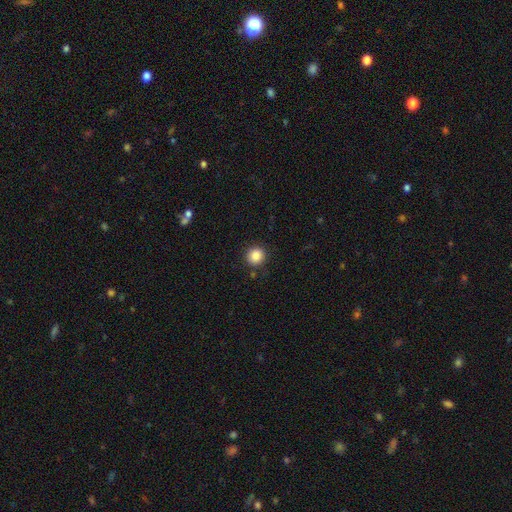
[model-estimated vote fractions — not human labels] smooth_or_featured: smooth (p=0.87) [alt: star or artifact p=0.10]
how_rounded: round (p=0.89) [alt: in between p=0.10]
merging: none (p=0.89) [alt: minor disturbance p=0.07]